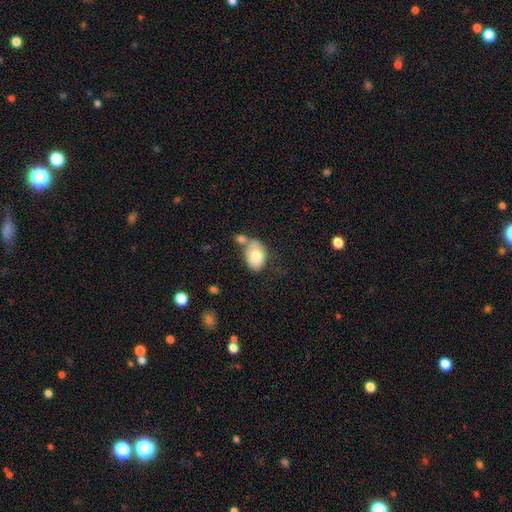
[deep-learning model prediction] This appears to be a smooth galaxy with no disk features (76%) that is in between round and cigar-shaped (86%). Merging: none (45%).